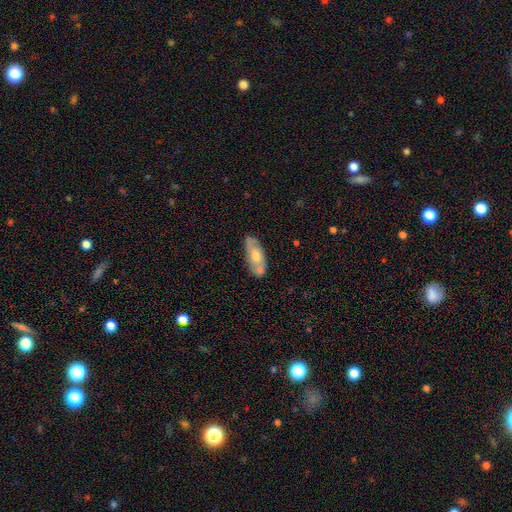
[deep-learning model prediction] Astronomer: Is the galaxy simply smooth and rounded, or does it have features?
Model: featured or disk — 47% (runner-up: smooth, 45%).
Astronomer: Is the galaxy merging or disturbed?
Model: none — 66%.